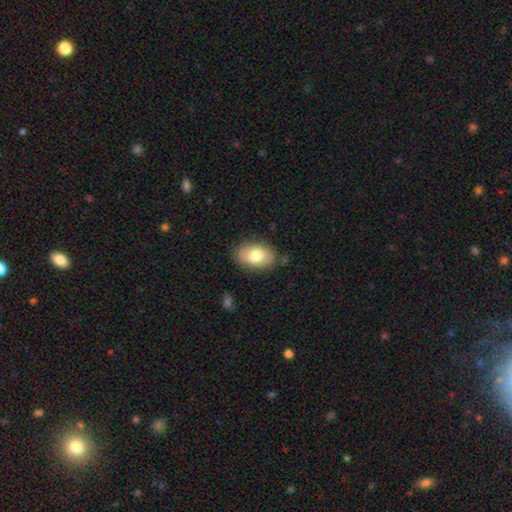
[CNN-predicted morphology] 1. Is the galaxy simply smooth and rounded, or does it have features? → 75% smooth, 18% featured or disk, 7% star or artifact.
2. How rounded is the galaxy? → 88% in between, 11% round, 1% cigar-shaped.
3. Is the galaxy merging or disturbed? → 80% none, 15% minor disturbance, 3% major disturbance, 2% merger.